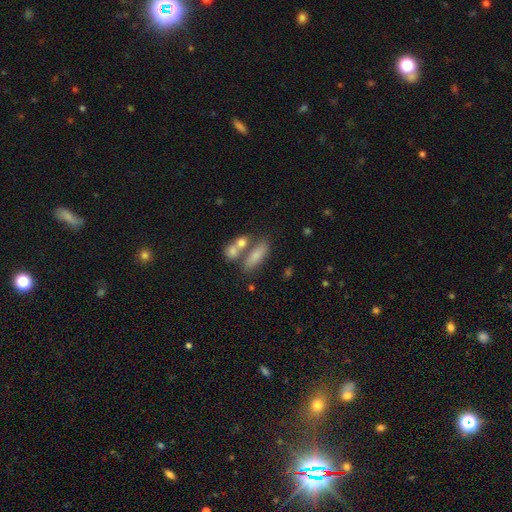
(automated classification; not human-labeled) Smooth or featured? Predicted: smooth (p=0.76). How rounded? Predicted: in between (p=0.59). Merging? Predicted: none (p=0.50).